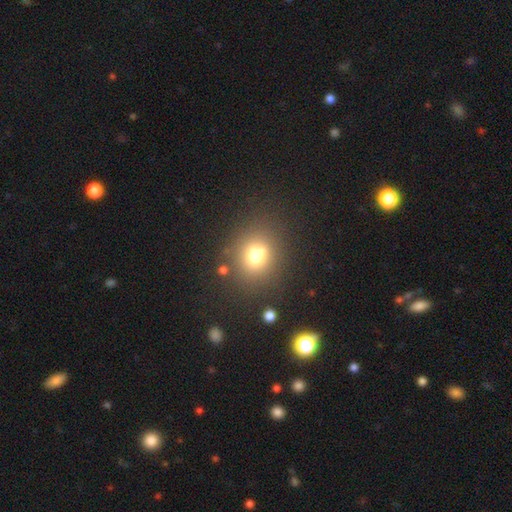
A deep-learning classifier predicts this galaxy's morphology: Smooth or featured? Predicted: smooth (p=0.67). How rounded? Predicted: round (p=0.74). Merging? Predicted: none (p=0.67).